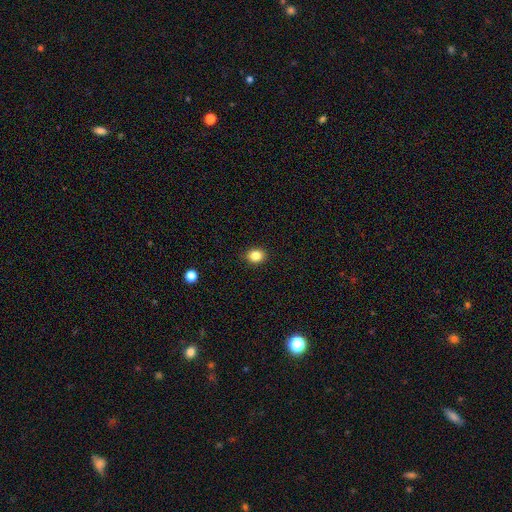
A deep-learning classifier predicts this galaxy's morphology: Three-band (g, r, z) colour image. It shows a smooth galaxy with no disk features (85%) that is round (62%). Merging: none (91%).